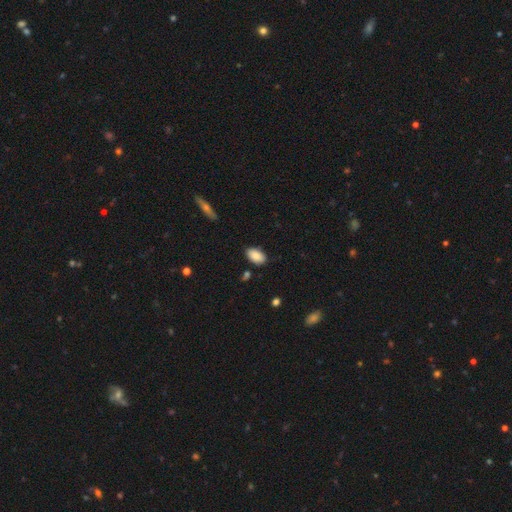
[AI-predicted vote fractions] A smooth galaxy with no disk features (88%) that is in between round and cigar-shaped (93%). Merging: none (83%).